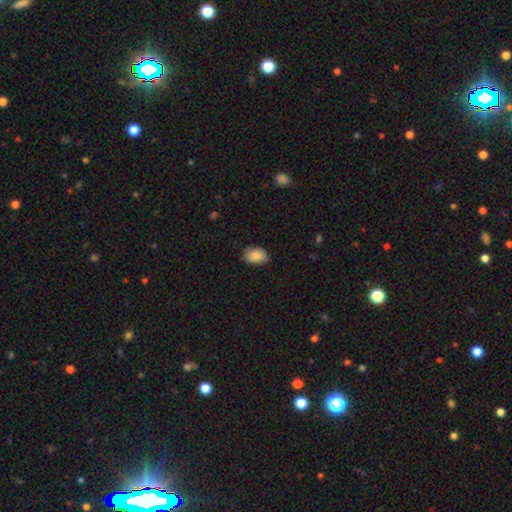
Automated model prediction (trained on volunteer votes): Smooth or featured? smooth (89%)
How rounded? in between (84%)
Merging? none (83%)